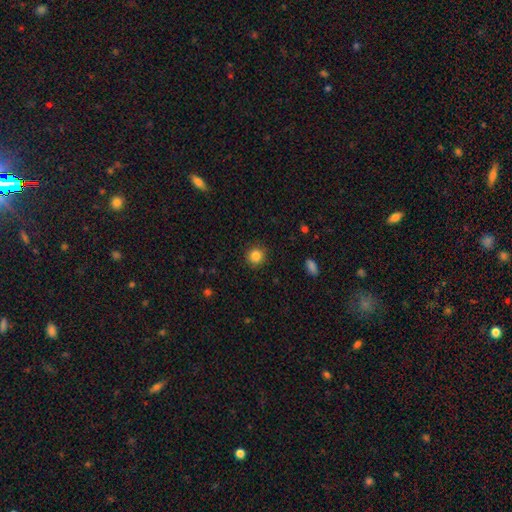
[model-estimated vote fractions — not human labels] A smooth galaxy with no disk features (85%) that is round (92%). Merging: none (91%).